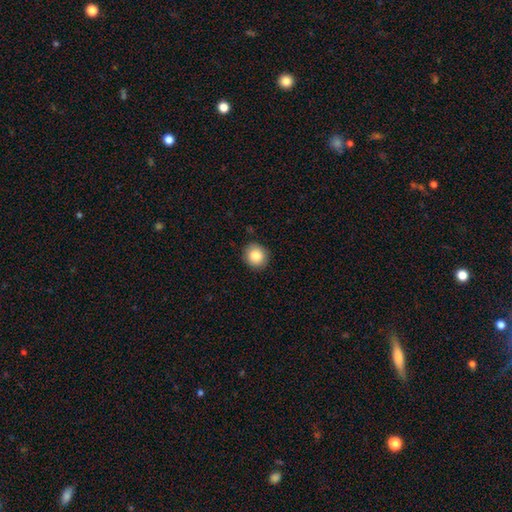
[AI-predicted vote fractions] Smooth or featured? smooth (85%)
How rounded? round (85%)
Merging? none (89%)